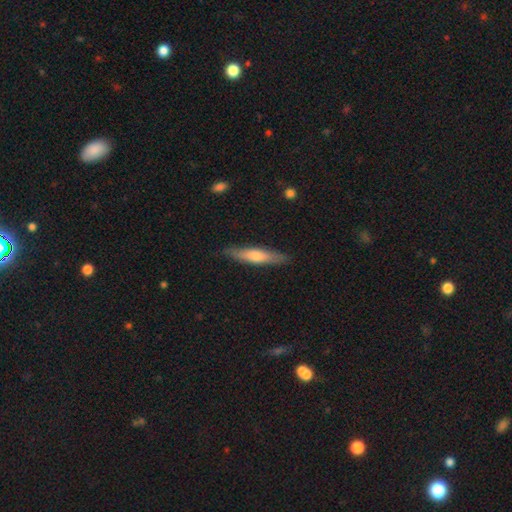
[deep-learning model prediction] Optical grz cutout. It shows a smooth galaxy with no disk features (56%) that is cigar-shaped (86%). Merging: none (87%).